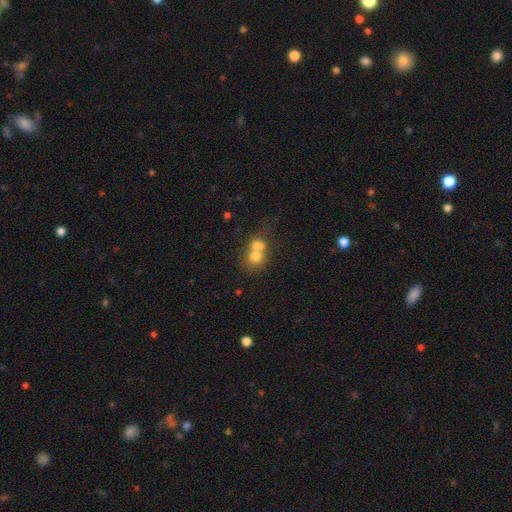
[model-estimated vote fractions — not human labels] Smooth or featured? Predicted: smooth (p=0.72). How rounded? Predicted: round (p=0.71). Merging? Predicted: merger (p=0.67).